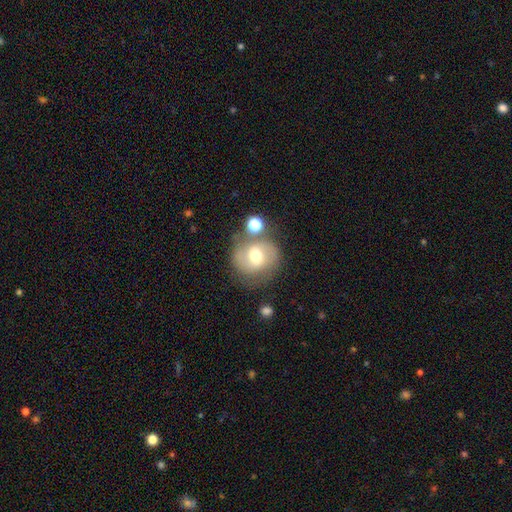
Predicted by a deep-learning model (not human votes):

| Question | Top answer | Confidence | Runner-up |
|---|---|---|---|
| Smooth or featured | featured or disk | 50% | smooth (40%) |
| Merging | none | 64% | minor disturbance (16%) |